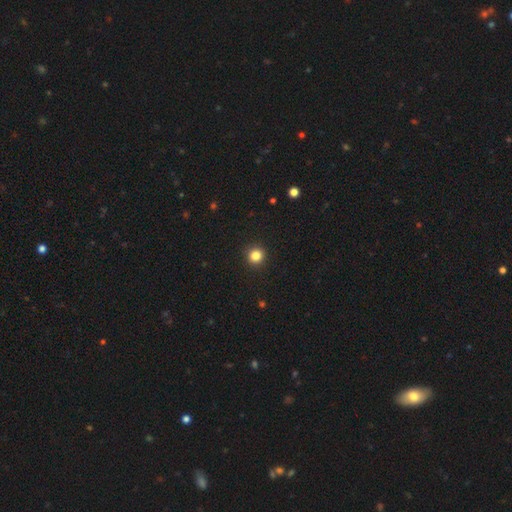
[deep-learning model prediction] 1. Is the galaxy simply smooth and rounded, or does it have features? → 84% smooth, 12% star or artifact, 4% featured or disk.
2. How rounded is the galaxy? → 93% round, 6% in between, 1% cigar-shaped.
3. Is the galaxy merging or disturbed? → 93% none, 5% minor disturbance, 2% major disturbance, 1% merger.